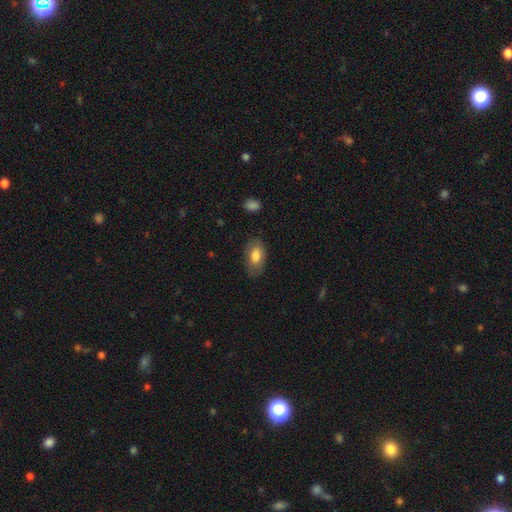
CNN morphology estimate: The model was most divided on "smooth or featured": smooth: 75%, featured or disk: 18%, star or artifact: 7%. More confident: how rounded — in between (92%); merging — none (78%).